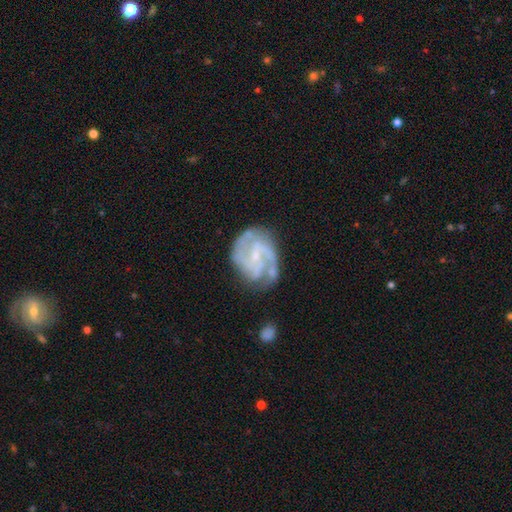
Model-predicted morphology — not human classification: Smooth or featured?
  - featured or disk: 87% *
  - smooth: 7%
  - star or artifact: 5%
Edge-on disk?
  - no: 98% *
  - yes: 2%
Bar?
  - weak: 50% *
  - no: 36%
  - strong: 14%
Spiral arms?
  - yes: 96% *
  - no: 4%
Spiral winding?
  - medium: 51% *
  - tight: 36%
  - loose: 14%
Spiral arm count?
  - 2: 50% *
  - 3: 25%
  - can't tell: 12%
  - 4: 5%
  - 1: 4%
  - more than 4: 4%
Bulge size?
  - small: 69% *
  - moderate: 19%
  - none: 11%
  - large: 1%
  - dominant: 1%
Merging?
  - none: 63% *
  - minor disturbance: 22%
  - major disturbance: 11%
  - merger: 3%